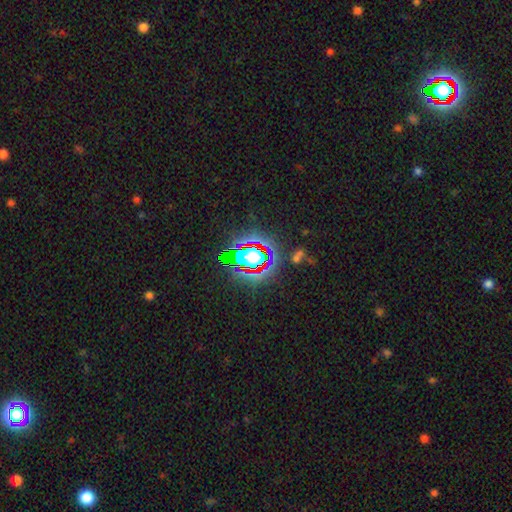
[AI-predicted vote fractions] Q: Smooth or featured?
A: star or artifact (60%); runner-up: smooth (24%)